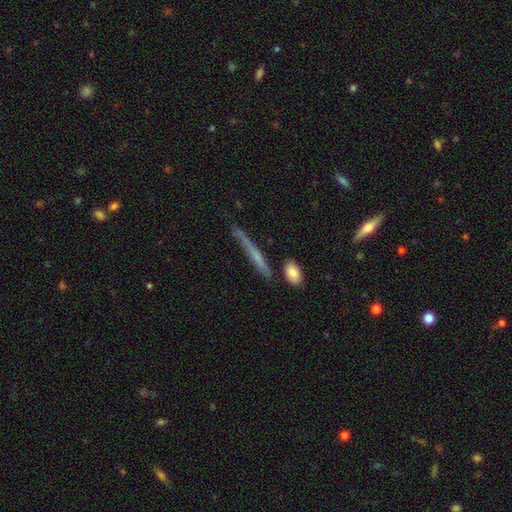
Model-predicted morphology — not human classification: A featured or disk galaxy (49%).

Vote fractions:
- Smooth or featured? featured or disk: 49% / smooth: 41% / star or artifact: 9%
- Merging? none: 68% / minor disturbance: 20% / major disturbance: 6% / merger: 6%